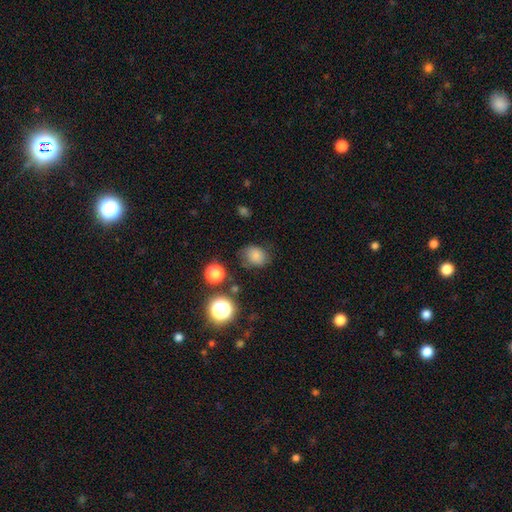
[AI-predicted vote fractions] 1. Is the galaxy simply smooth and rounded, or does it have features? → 78% smooth, 14% star or artifact, 8% featured or disk.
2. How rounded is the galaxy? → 54% in between, 46% round, 1% cigar-shaped.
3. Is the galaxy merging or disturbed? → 69% none, 21% minor disturbance, 7% major disturbance, 3% merger.